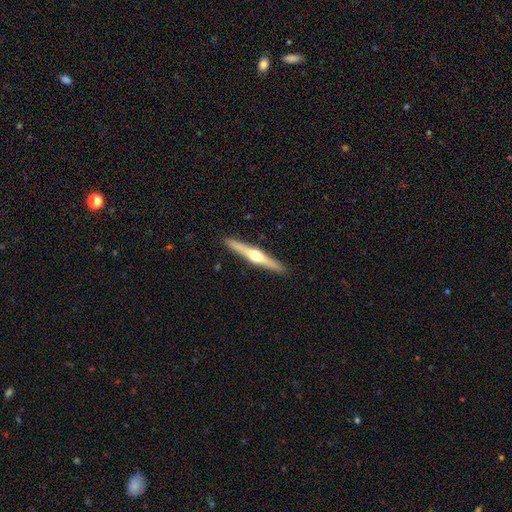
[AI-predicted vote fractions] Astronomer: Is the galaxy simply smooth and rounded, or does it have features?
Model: featured or disk — 70%.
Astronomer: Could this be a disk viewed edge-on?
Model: yes — 98%.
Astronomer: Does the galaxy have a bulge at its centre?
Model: rounded — 94%.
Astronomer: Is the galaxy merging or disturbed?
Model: none — 92%.